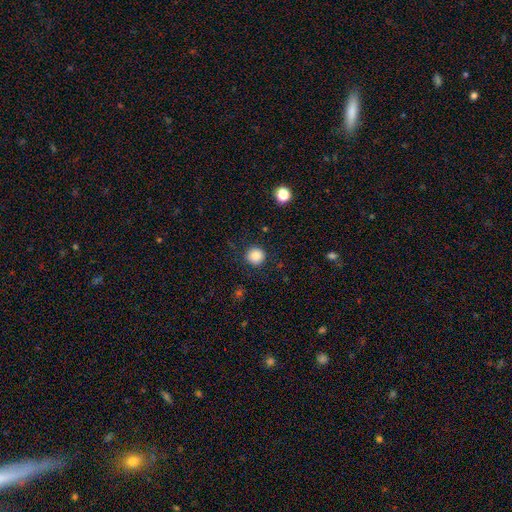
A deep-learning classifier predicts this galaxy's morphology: smooth 85%, star or artifact 11%, featured or disk 4%. Down the decision tree: how rounded — round (95%); merging — none (89%).